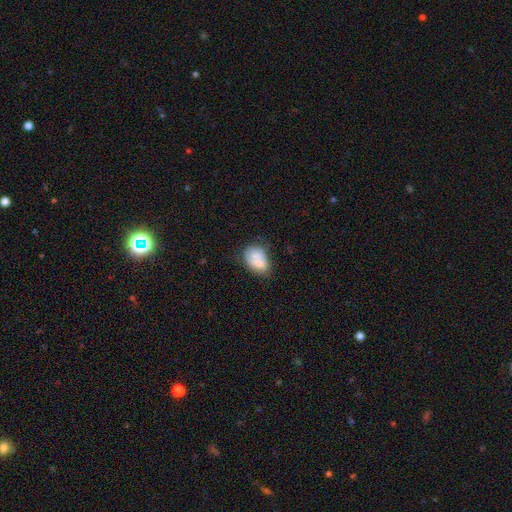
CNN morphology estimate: smooth 72%, featured or disk 20%, star or artifact 8%. Down the decision tree: how rounded — in between (80%); merging — none (44%).